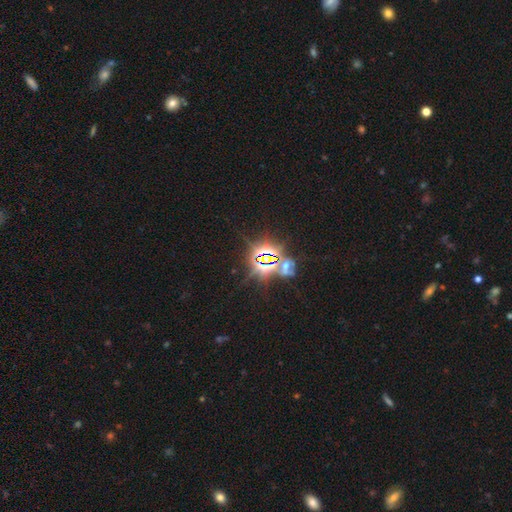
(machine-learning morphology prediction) Q: Smooth or featured?
A: star or artifact (83%); runner-up: smooth (9%)